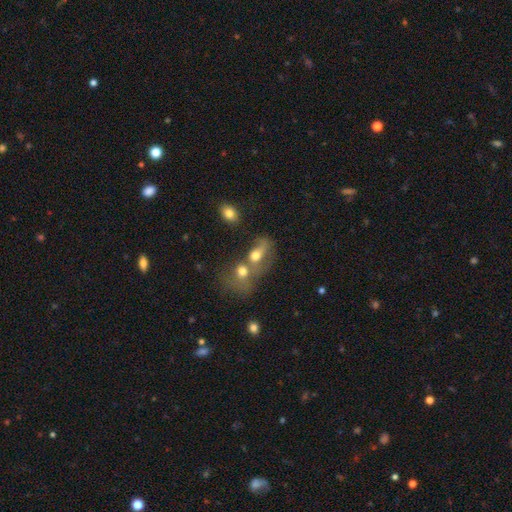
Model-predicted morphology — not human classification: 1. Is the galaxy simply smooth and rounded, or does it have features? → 63% smooth, 24% featured or disk, 13% star or artifact.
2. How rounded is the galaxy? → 62% in between, 35% round, 3% cigar-shaped.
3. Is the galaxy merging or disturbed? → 64% merger, 16% none, 11% major disturbance, 8% minor disturbance.